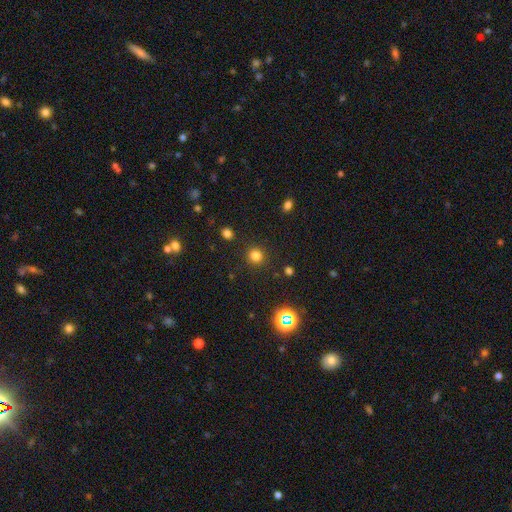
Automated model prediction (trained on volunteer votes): Q: Smooth or featured?
A: smooth (78%); runner-up: star or artifact (17%)
Q: How rounded?
A: round (92%); runner-up: in between (7%)
Q: Merging?
A: none (89%); runner-up: minor disturbance (6%)